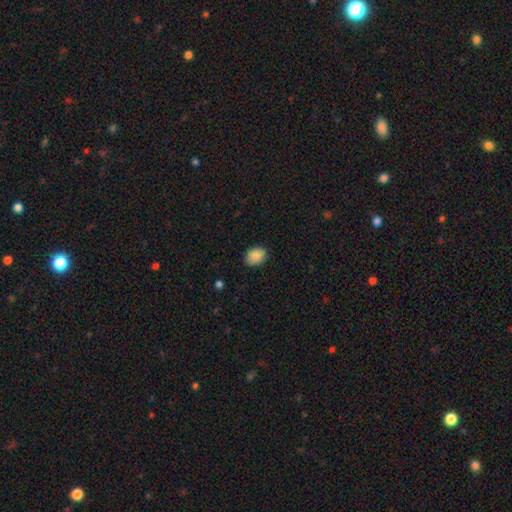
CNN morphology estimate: A smooth galaxy with no disk features (89%) that is in between round and cigar-shaped (69%).

Vote fractions:
- Smooth or featured? smooth: 89% / star or artifact: 7% / featured or disk: 4%
- How rounded? in between: 69% / round: 30% / cigar-shaped: 1%
- Merging? none: 87% / minor disturbance: 9% / major disturbance: 2% / merger: 1%